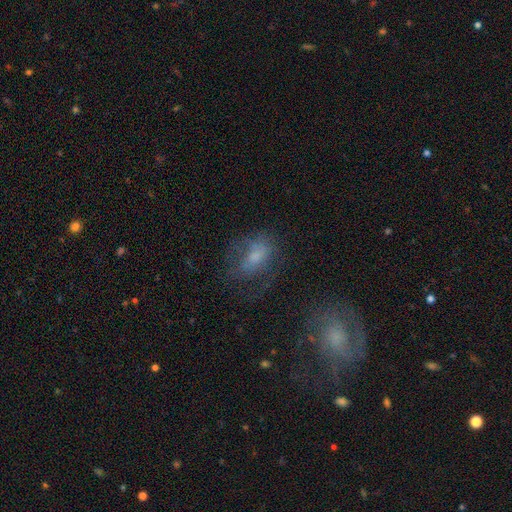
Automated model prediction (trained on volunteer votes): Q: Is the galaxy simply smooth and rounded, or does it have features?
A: smooth — 55%.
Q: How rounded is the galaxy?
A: in between — 82%.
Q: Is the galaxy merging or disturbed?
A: none — 46%.